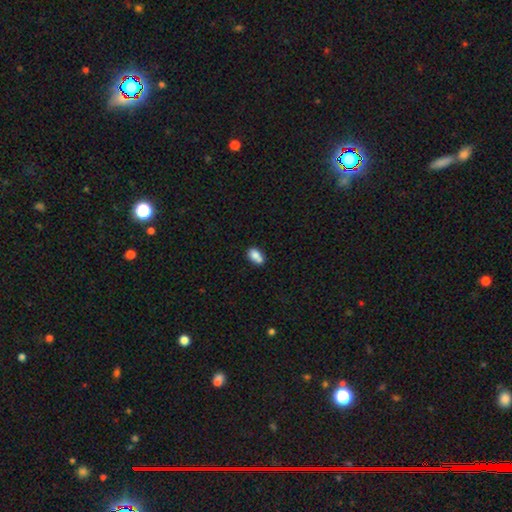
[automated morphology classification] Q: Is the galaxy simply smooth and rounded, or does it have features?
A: smooth — 78%.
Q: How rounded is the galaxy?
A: in between — 82%.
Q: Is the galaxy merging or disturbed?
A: none — 43%.